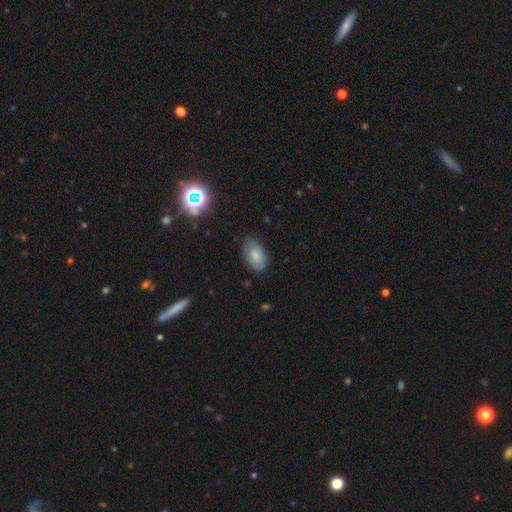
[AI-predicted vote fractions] A smooth galaxy with no disk features (76%) that is in between round and cigar-shaped (92%).

Vote fractions:
- Smooth or featured? smooth: 76% / featured or disk: 16% / star or artifact: 8%
- How rounded? in between: 92% / round: 7% / cigar-shaped: 1%
- Merging? none: 75% / minor disturbance: 20% / major disturbance: 4% / merger: 1%